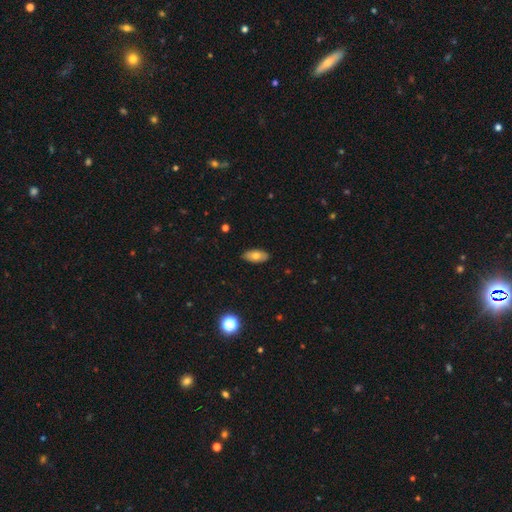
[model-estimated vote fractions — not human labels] Smooth or featured?
  - smooth: 73% *
  - featured or disk: 20%
  - star or artifact: 8%
How rounded?
  - in between: 89% *
  - cigar-shaped: 8%
  - round: 4%
Merging?
  - none: 89% *
  - minor disturbance: 9%
  - major disturbance: 2%
  - merger: 1%